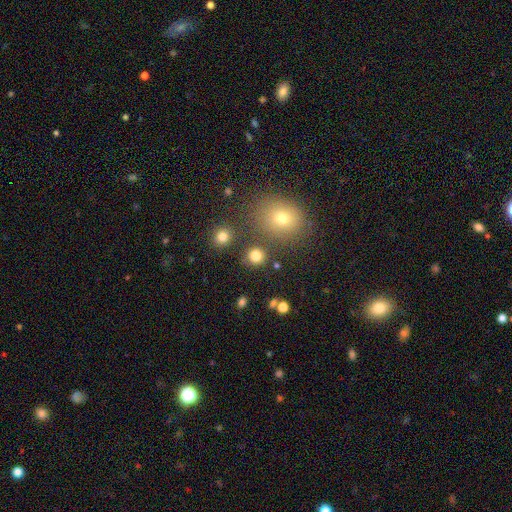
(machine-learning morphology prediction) Smooth or featured? smooth (80%)
How rounded? round (89%)
Merging? none (82%)